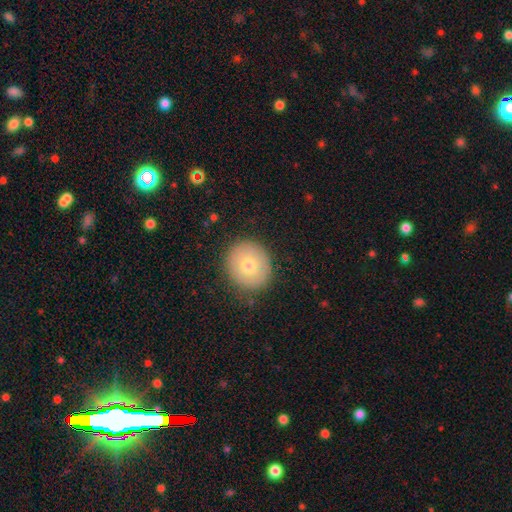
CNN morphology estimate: This appears to be a smooth galaxy with no disk features (72%) that is round (84%). Merging: none (88%).